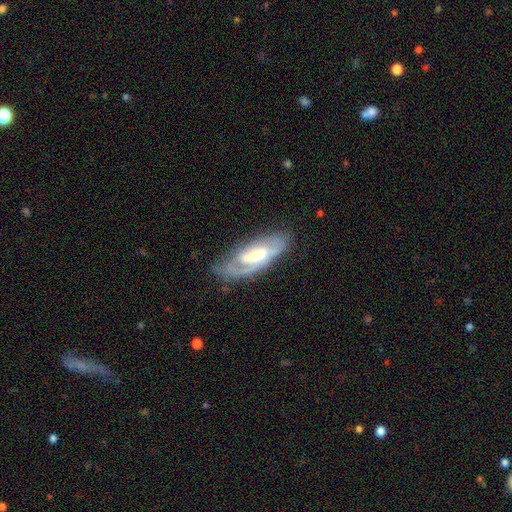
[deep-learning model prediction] smooth_or_featured: featured or disk (p=0.80) [alt: smooth p=0.14]
disk_edge_on: no (p=0.90) [alt: yes p=0.10]
bar: weak (p=0.42) [alt: no p=0.36]
has_spiral_arms: yes (p=0.89) [alt: no p=0.11]
spiral_winding: tight (p=0.45) [alt: medium p=0.41]
spiral_arm_count: 2 (p=0.56) [alt: can't tell p=0.21]
bulge_size: small (p=0.48) [alt: moderate p=0.44]
merging: none (p=0.69) [alt: minor disturbance p=0.20]